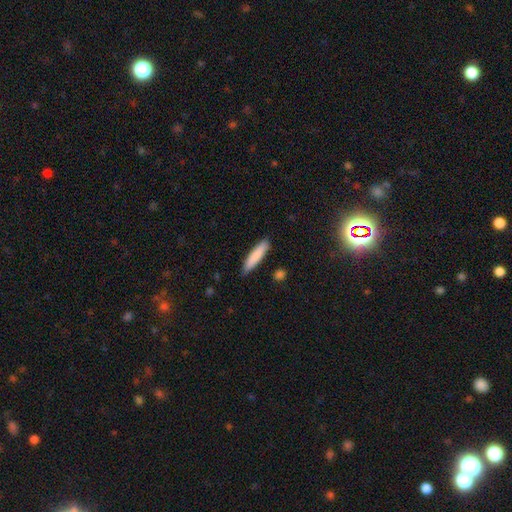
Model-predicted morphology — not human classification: smooth-or-featured: smooth: 83% | featured or disk: 11% | star or artifact: 6%
  how-rounded: cigar-shaped: 83% | in between: 16% | round: 1%
  merging: none: 84% | minor disturbance: 13% | major disturbance: 2% | merger: 2%